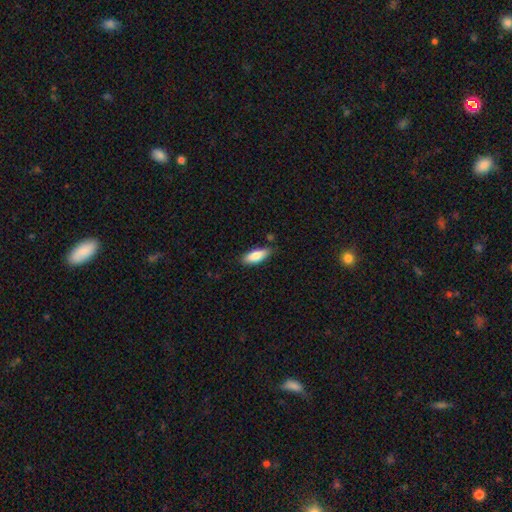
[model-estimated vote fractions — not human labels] This is clearly a smooth galaxy (83%). How rounded: likely in between (69%). Merging: likely none (79%).